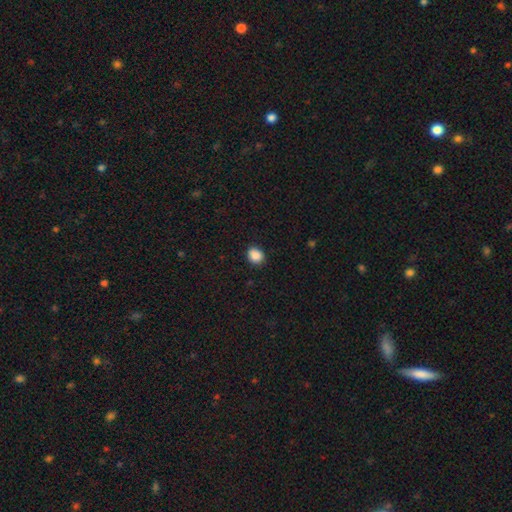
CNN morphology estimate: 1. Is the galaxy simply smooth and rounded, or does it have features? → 87% smooth, 9% star or artifact, 4% featured or disk.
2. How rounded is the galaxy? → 59% round, 40% in between, 1% cigar-shaped.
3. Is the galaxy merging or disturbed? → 87% none, 10% minor disturbance, 2% major disturbance, 1% merger.